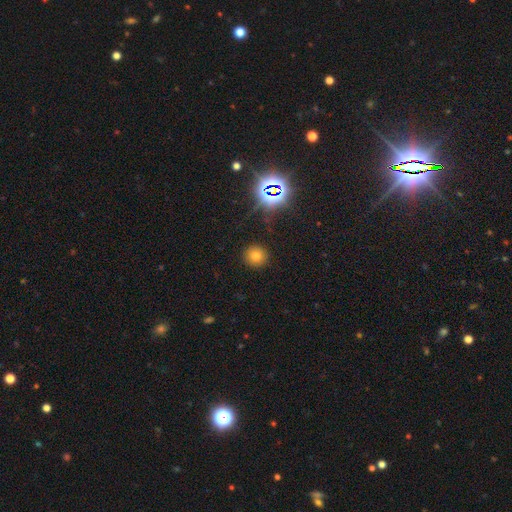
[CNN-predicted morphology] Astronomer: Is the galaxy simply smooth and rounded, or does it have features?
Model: smooth — 72%.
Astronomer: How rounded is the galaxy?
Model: round — 93%.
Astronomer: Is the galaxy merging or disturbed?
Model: none — 90%.